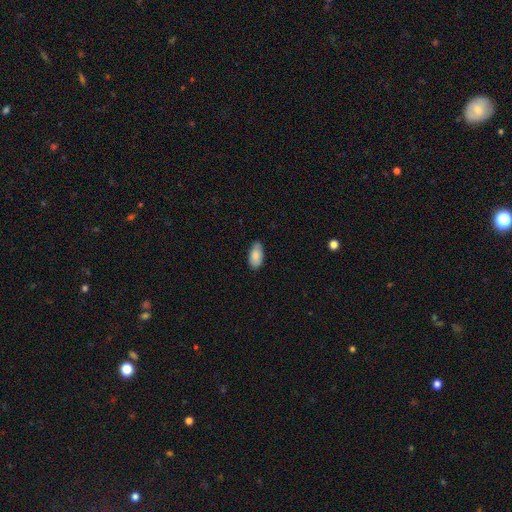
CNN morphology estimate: This appears to be a smooth galaxy with no disk features (86%) that is in between round and cigar-shaped (94%). Merging: none (81%).